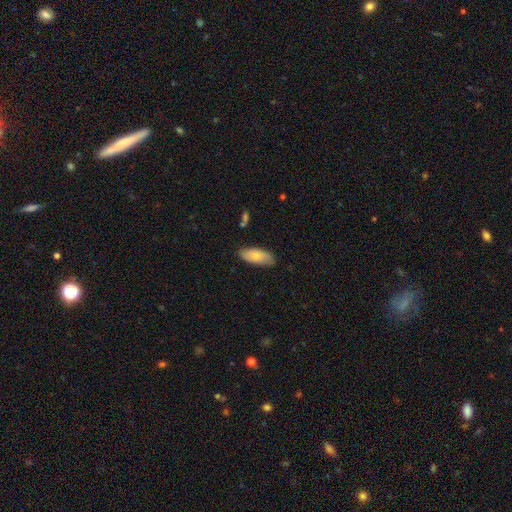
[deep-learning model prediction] smooth_or_featured: smooth (p=0.71) [alt: featured or disk p=0.23]
how_rounded: in between (p=0.85) [alt: cigar-shaped p=0.13]
merging: none (p=0.81) [alt: minor disturbance p=0.15]